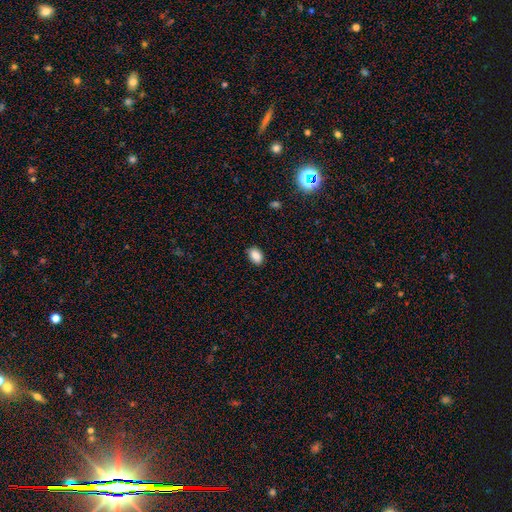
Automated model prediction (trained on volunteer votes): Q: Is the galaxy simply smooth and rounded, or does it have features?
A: smooth — 88%.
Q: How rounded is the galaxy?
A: in between — 87%.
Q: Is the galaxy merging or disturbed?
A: none — 86%.